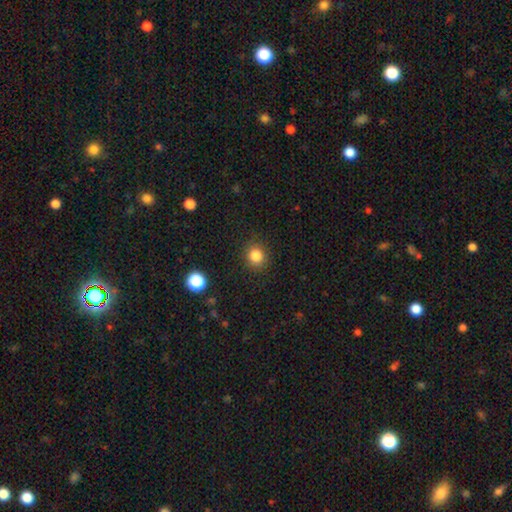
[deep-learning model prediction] The model was most divided on "how rounded": round: 83%, in between: 16%, cigar-shaped: 1%. More confident: merging — none (89%); smooth or featured — smooth (83%).